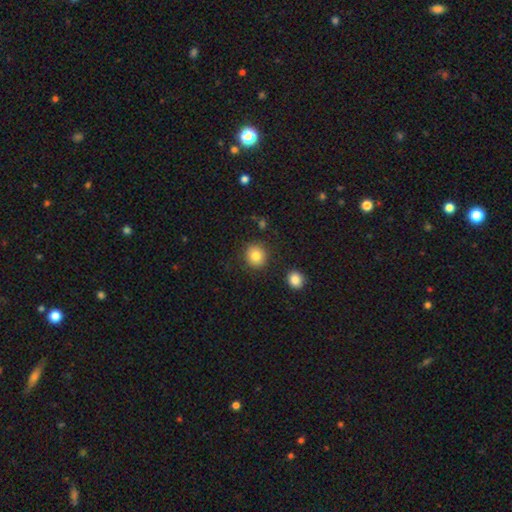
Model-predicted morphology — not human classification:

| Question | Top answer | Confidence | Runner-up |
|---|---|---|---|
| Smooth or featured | smooth | 83% | star or artifact (10%) |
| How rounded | round | 86% | in between (13%) |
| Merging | none | 87% | minor disturbance (7%) |